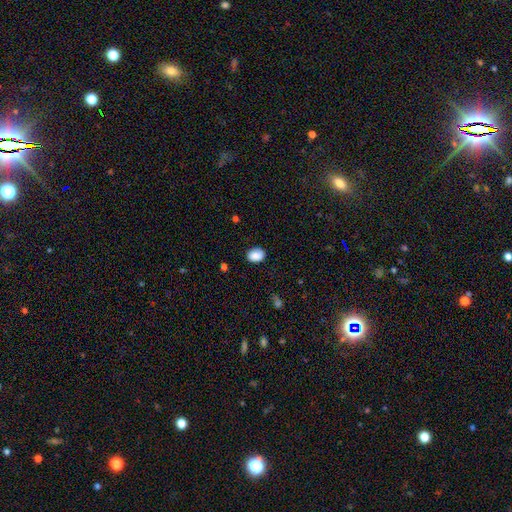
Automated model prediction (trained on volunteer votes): The model was most divided on "how rounded": in between: 65%, round: 34%, cigar-shaped: 1%. More confident: smooth or featured — smooth (89%); merging — none (86%).